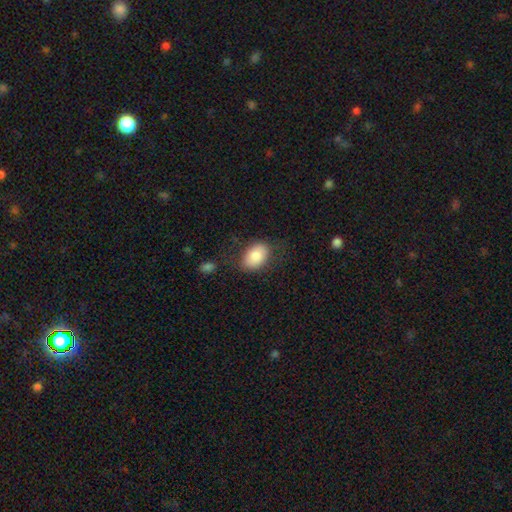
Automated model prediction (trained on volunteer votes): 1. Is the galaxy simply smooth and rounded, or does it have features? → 84% smooth, 10% featured or disk, 7% star or artifact.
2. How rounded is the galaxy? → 85% in between, 14% round, 1% cigar-shaped.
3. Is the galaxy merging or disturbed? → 73% none, 17% minor disturbance, 7% major disturbance, 2% merger.